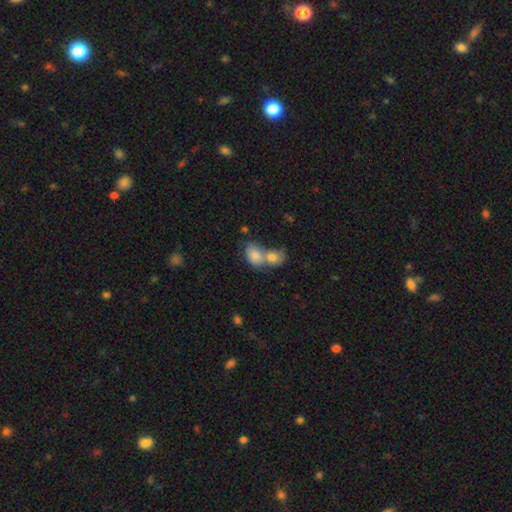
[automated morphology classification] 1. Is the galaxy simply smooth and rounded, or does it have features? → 82% smooth, 11% featured or disk, 8% star or artifact.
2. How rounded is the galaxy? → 80% in between, 18% round, 2% cigar-shaped.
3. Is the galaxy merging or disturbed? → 70% merger, 19% none, 7% minor disturbance, 4% major disturbance.